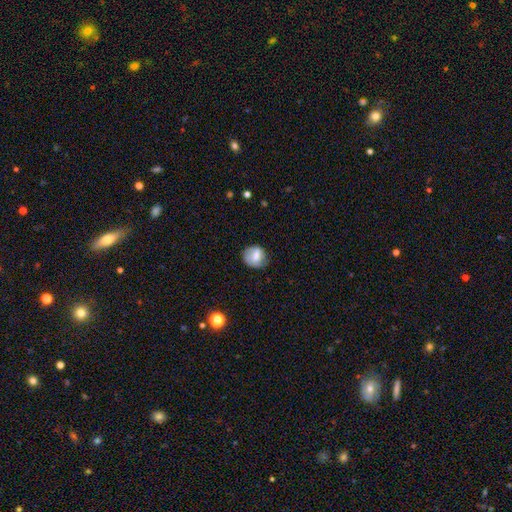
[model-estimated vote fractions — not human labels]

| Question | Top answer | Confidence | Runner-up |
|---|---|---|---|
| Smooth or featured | smooth | 71% | featured or disk (20%) |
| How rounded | round | 73% | in between (26%) |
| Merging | none | 69% | minor disturbance (22%) |